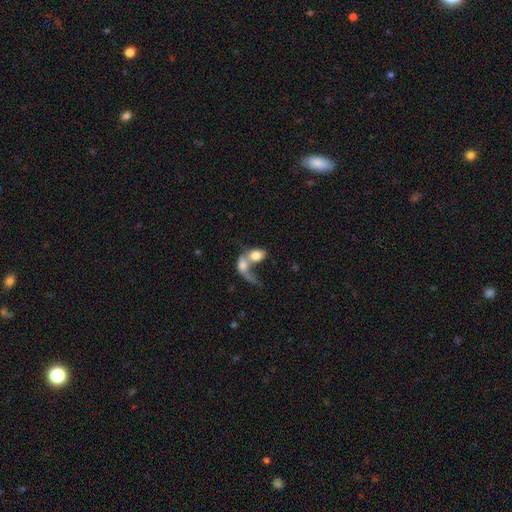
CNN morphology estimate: Q: Smooth or featured?
A: smooth (64%); runner-up: featured or disk (28%)
Q: How rounded?
A: in between (71%); runner-up: round (26%)
Q: Merging?
A: merger (74%); runner-up: major disturbance (12%)